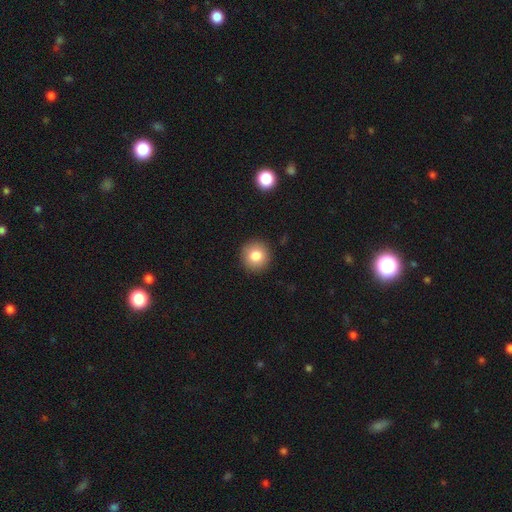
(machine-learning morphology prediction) smooth_or_featured: smooth (p=0.82) [alt: star or artifact p=0.10]
how_rounded: round (p=0.93) [alt: in between p=0.06]
merging: none (p=0.91) [alt: minor disturbance p=0.06]